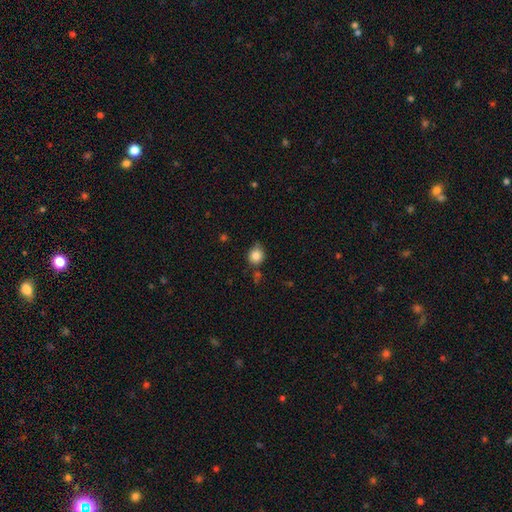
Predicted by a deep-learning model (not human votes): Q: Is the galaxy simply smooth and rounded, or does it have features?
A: smooth — 83%.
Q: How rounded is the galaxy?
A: round — 81%.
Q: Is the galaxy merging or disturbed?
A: none — 67%.